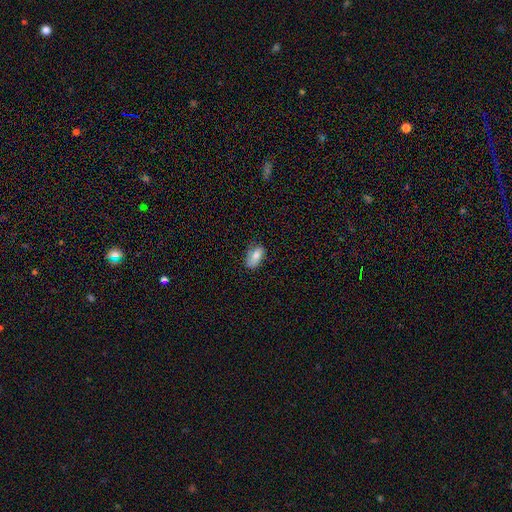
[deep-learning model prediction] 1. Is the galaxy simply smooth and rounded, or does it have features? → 78% smooth, 14% featured or disk, 8% star or artifact.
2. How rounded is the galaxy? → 91% in between, 5% round, 4% cigar-shaped.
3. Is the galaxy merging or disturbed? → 68% none, 25% minor disturbance, 6% major disturbance, 1% merger.